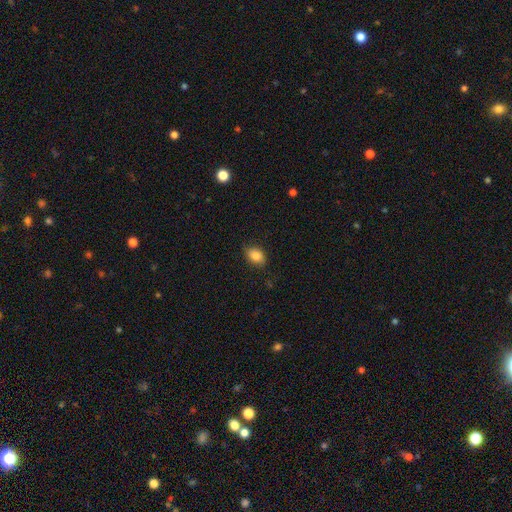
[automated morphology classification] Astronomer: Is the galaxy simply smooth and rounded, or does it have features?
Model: smooth — 87%.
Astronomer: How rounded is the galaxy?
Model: in between — 78%.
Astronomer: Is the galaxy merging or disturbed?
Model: none — 76%.